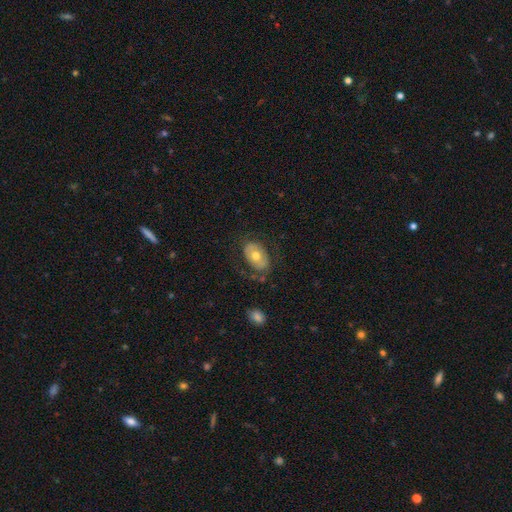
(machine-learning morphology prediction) type=smooth (56%); roundness=in between (85%); merging=none (68%).